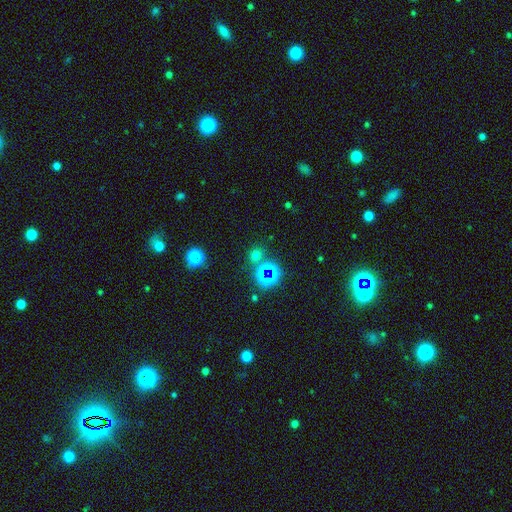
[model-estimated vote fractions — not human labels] Smooth or featured?
  - smooth: 52% *
  - star or artifact: 42%
  - featured or disk: 6%
How rounded?
  - round: 80% *
  - in between: 19%
  - cigar-shaped: 1%
Merging?
  - none: 74% *
  - merger: 12%
  - minor disturbance: 9%
  - major disturbance: 4%